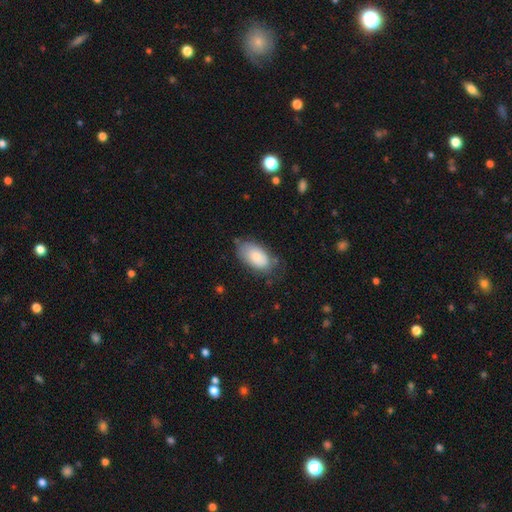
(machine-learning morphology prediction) This is likely a smooth galaxy (77%). How rounded: clearly in between (94%). Merging: likely none (66%).